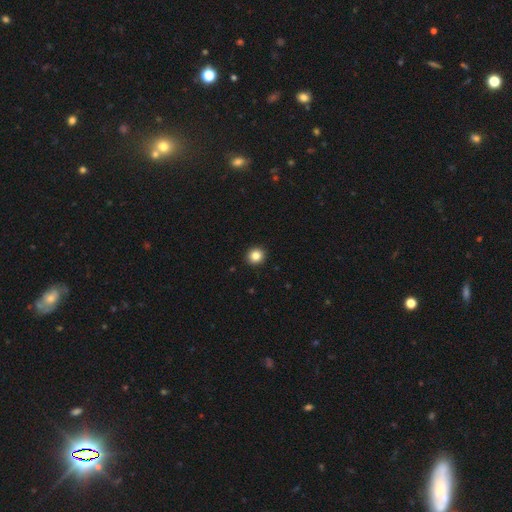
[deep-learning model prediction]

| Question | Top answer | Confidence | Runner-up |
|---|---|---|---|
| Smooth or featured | smooth | 85% | star or artifact (10%) |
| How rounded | round | 89% | in between (10%) |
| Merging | none | 93% | minor disturbance (5%) |